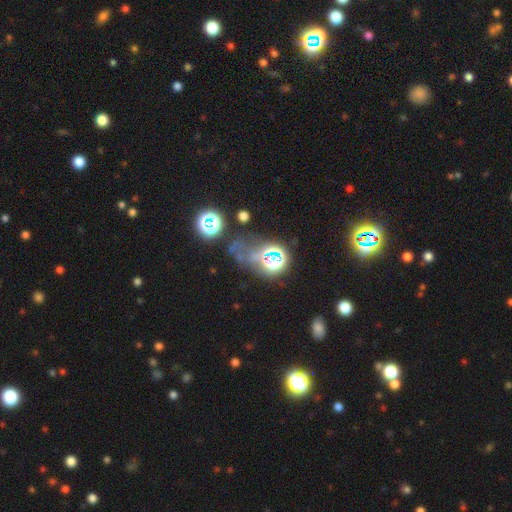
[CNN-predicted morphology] This appears to be a star or artifact, not a galaxy (58%).